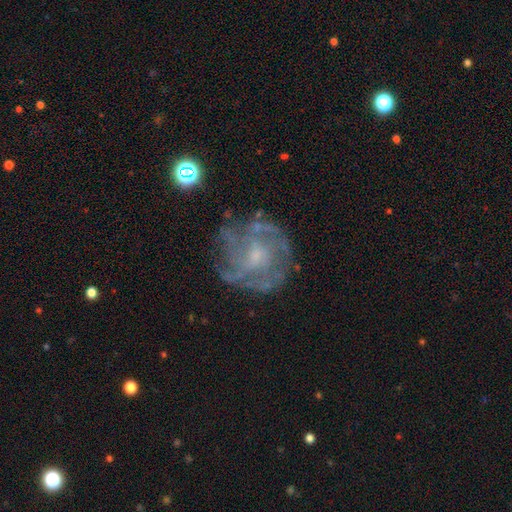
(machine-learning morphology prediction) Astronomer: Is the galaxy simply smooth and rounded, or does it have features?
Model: featured or disk — 76%.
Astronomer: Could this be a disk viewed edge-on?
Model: no — 97%.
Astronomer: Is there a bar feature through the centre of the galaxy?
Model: no — 63%.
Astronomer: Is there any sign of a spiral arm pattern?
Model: yes — 77%.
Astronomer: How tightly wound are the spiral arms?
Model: tight — 48% (runner-up: medium, 36%).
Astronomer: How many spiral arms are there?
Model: can't tell — 48%.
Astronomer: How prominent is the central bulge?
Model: small — 54% (runner-up: moderate, 29%).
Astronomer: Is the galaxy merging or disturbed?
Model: none — 70%.